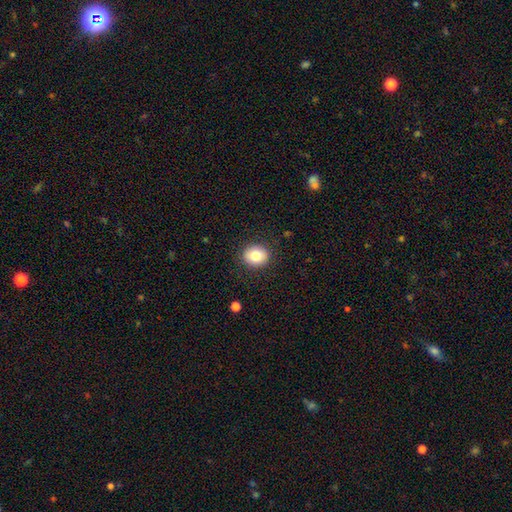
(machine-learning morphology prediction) Smooth or featured? smooth (82%)
How rounded? round (70%)
Merging? none (88%)